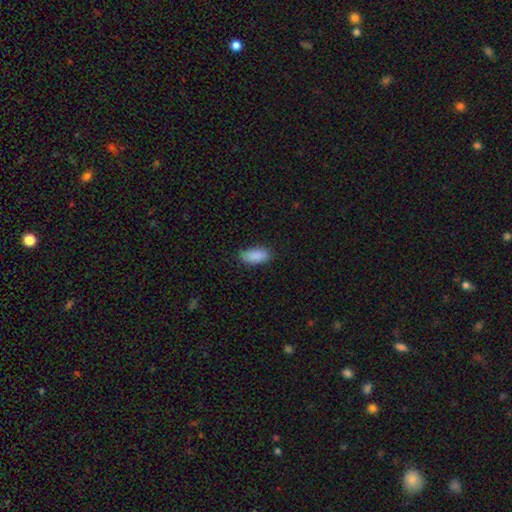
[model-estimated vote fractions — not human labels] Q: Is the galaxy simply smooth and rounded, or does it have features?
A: smooth — 90%.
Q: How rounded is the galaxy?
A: in between — 90%.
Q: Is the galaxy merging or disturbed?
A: none — 86%.